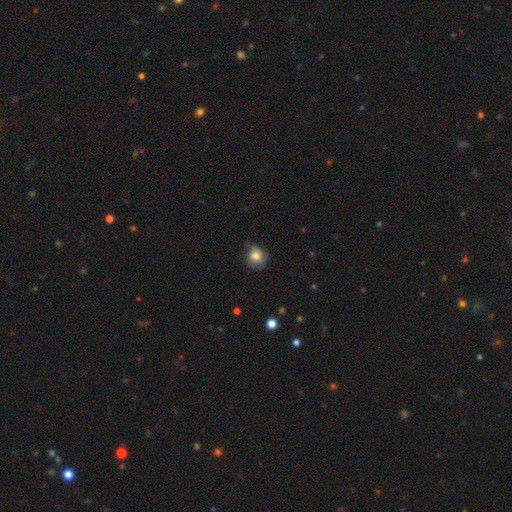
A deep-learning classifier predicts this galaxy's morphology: type=smooth (81%); roundness=round (77%); merging=none (63%).